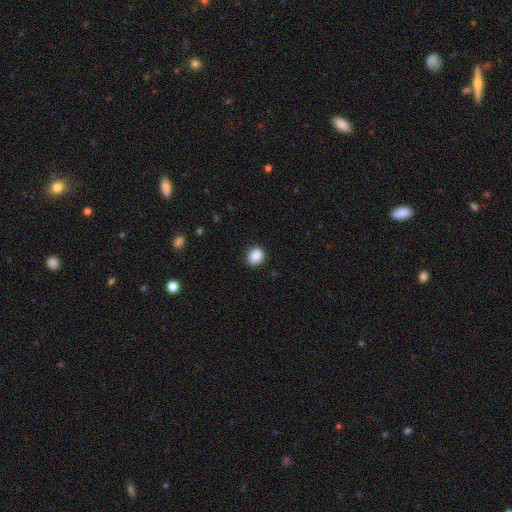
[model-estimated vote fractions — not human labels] Morphology: type=smooth (89%); roundness=round (63%); merging=none (87%).